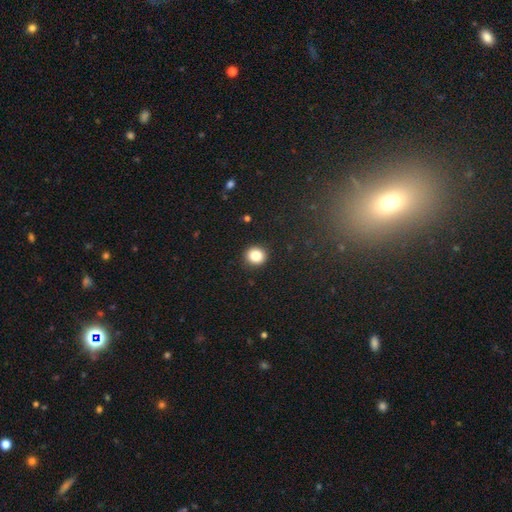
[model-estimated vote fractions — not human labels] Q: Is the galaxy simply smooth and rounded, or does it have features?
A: smooth — 85%.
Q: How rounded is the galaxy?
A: round — 86%.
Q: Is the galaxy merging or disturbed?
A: none — 91%.